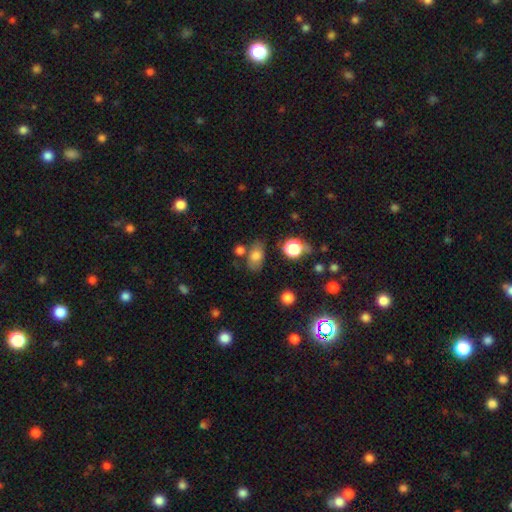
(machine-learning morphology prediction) The model was most divided on "merging": none: 63%, minor disturbance: 19%, merger: 12%, major disturbance: 7%. More confident: how rounded — in between (81%); smooth or featured — smooth (76%).